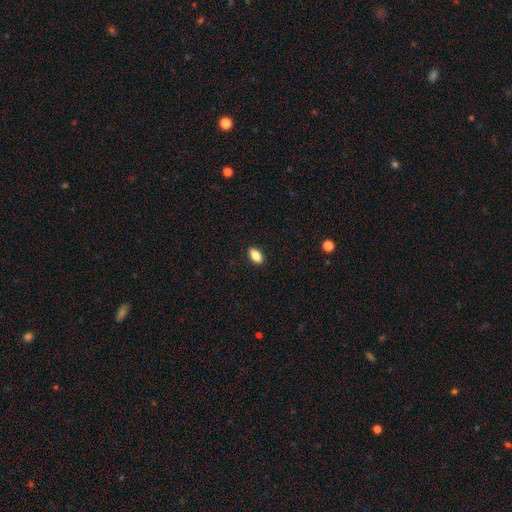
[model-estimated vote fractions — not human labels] Q: Smooth or featured?
A: smooth (86%); runner-up: star or artifact (8%)
Q: How rounded?
A: in between (90%); runner-up: cigar-shaped (5%)
Q: Merging?
A: none (90%); runner-up: minor disturbance (7%)